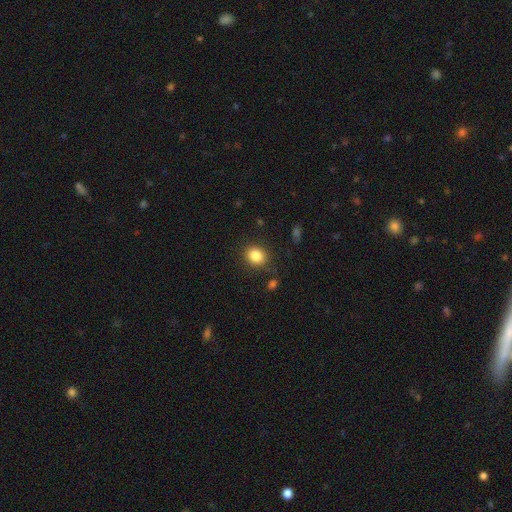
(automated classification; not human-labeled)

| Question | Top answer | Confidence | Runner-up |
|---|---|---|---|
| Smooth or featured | smooth | 84% | star or artifact (10%) |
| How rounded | round | 70% | in between (29%) |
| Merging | none | 85% | minor disturbance (10%) |